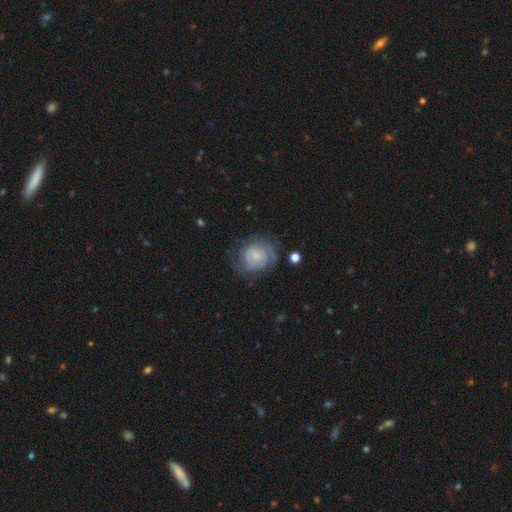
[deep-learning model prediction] smooth_or_featured: featured or disk (p=0.72) [alt: smooth p=0.21]
disk_edge_on: no (p=0.98) [alt: yes p=0.02]
bar: no (p=0.71) [alt: weak p=0.25]
has_spiral_arms: yes (p=0.92) [alt: no p=0.08]
spiral_winding: tight (p=0.64) [alt: medium p=0.28]
spiral_arm_count: 2 (p=0.39) [alt: can't tell p=0.31]
bulge_size: small (p=0.47) [alt: none p=0.23]
merging: none (p=0.68) [alt: minor disturbance p=0.19]